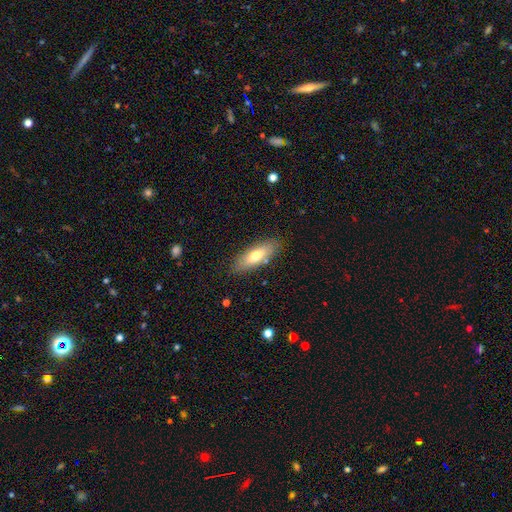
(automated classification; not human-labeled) Smooth or featured: smooth — 68% (featured or disk — 25%)
How rounded: in between — 65% (cigar-shaped — 33%)
Merging: none — 84% (minor disturbance — 11%)